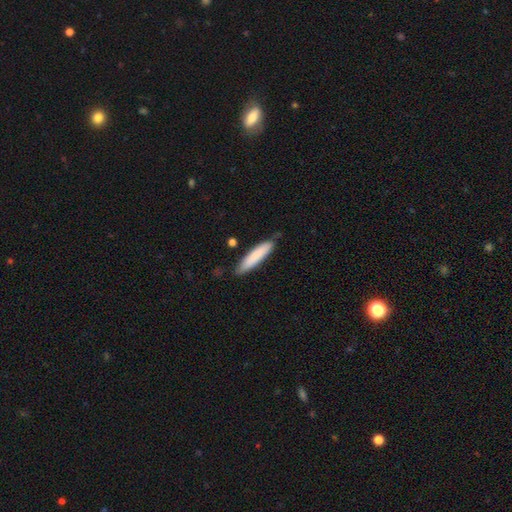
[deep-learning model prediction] A smooth galaxy with no disk features (82%) that is cigar-shaped (82%).

Vote fractions:
- Smooth or featured? smooth: 82% / featured or disk: 12% / star or artifact: 5%
- How rounded? cigar-shaped: 82% / in between: 17% / round: 1%
- Merging? none: 79% / minor disturbance: 17% / major disturbance: 2% / merger: 2%